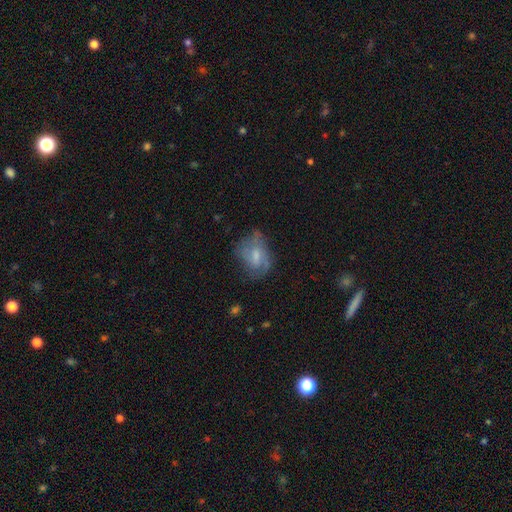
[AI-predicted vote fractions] smooth_or_featured: featured or disk (p=0.54) [alt: smooth p=0.38]
disk_edge_on: no (p=0.96) [alt: yes p=0.04]
bar: weak (p=0.45) [tied with: no p=0.45]
has_spiral_arms: yes (p=0.68) [alt: no p=0.32]
bulge_size: moderate (p=0.42) [alt: small p=0.33]
merging: none (p=0.49) [alt: minor disturbance p=0.28]